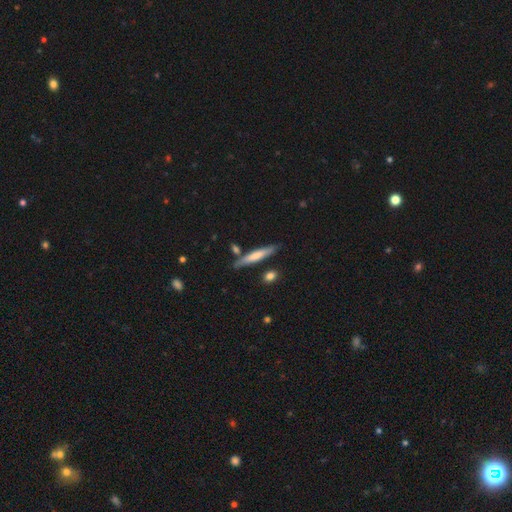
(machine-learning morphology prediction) Q: Smooth or featured?
A: smooth (62%); runner-up: featured or disk (33%)
Q: How rounded?
A: cigar-shaped (91%); runner-up: in between (7%)
Q: Merging?
A: none (80%); runner-up: minor disturbance (11%)